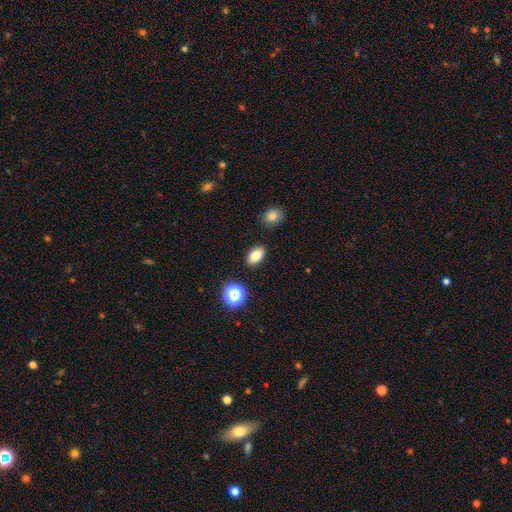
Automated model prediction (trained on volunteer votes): smooth-or-featured: smooth: 81% | star or artifact: 11% | featured or disk: 8%
  how-rounded: in between: 87% | round: 11% | cigar-shaped: 2%
  merging: none: 87% | minor disturbance: 8% | merger: 3% | major disturbance: 2%